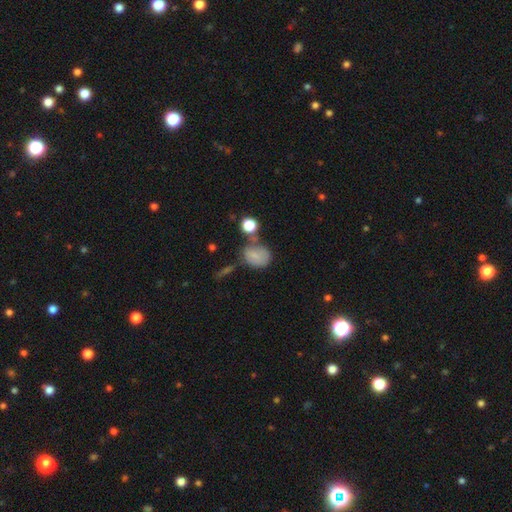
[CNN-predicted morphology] type=smooth (73%); roundness=round (51%); merging=none (45%).